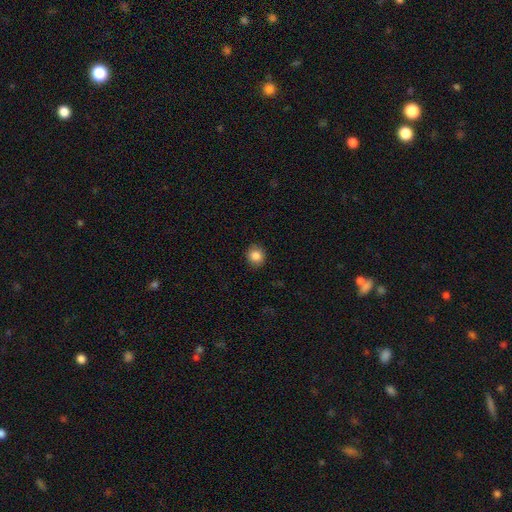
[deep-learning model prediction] smooth 86%, star or artifact 9%, featured or disk 5%. Down the decision tree: how rounded — round (86%); merging — none (89%).